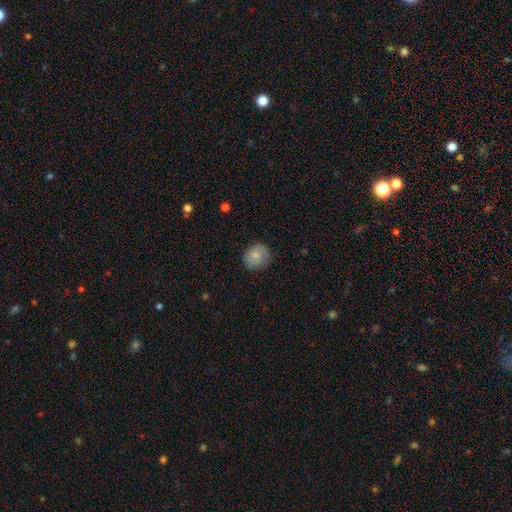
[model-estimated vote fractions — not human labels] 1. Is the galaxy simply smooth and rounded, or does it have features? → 75% smooth, 18% featured or disk, 8% star or artifact.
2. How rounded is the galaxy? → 77% round, 22% in between, 1% cigar-shaped.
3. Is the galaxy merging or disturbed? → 78% none, 17% minor disturbance, 4% major disturbance, 1% merger.